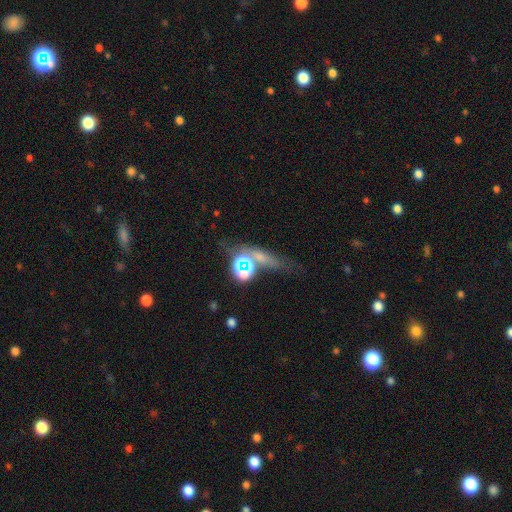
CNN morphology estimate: Smooth or featured? Predicted: star or artifact (p=0.49).